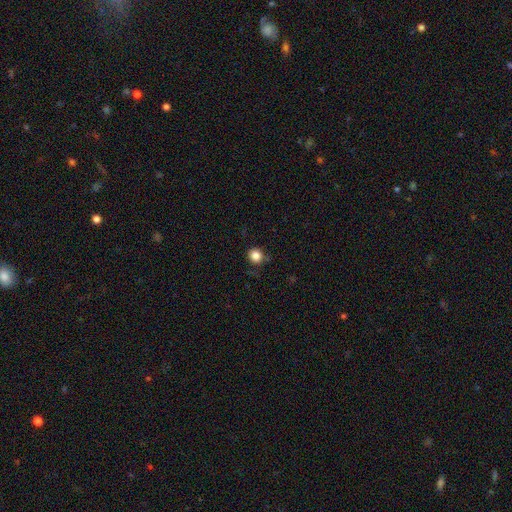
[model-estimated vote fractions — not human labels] Q: Smooth or featured?
A: smooth (85%); runner-up: star or artifact (11%)
Q: How rounded?
A: round (91%); runner-up: in between (8%)
Q: Merging?
A: none (84%); runner-up: minor disturbance (11%)